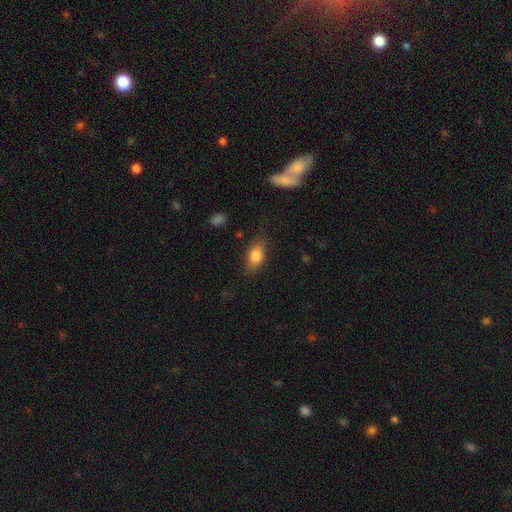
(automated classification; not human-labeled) smooth-or-featured: smooth: 81% | featured or disk: 11% | star or artifact: 8%
  how-rounded: in between: 86% | round: 8% | cigar-shaped: 6%
  merging: none: 79% | minor disturbance: 16% | major disturbance: 4% | merger: 1%